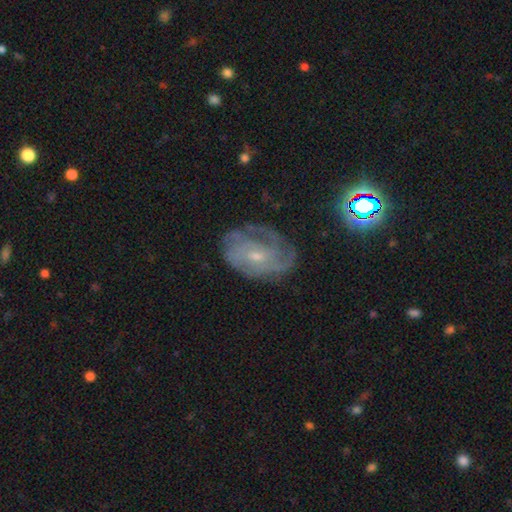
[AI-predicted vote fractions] Overall: featured or disk (76%). Edge-on disk: no (97%). Bar: no (59%; weak 34%). Spiral arms: yes (91%). Spiral arm count: can't tell (41%; 3 19%). Spiral winding: tight (59%; medium 32%). Bulge size: small (64%; moderate 31%). Merging: none (66%).